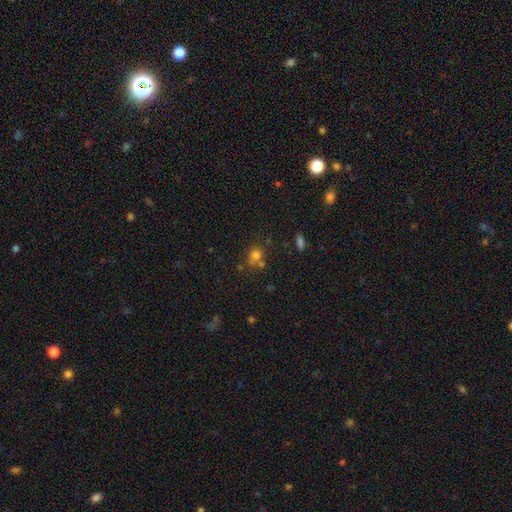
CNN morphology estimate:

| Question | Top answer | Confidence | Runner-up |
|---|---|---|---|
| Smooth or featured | smooth | 73% | star or artifact (17%) |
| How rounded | round | 72% | in between (27%) |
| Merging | none | 54% | merger (26%) |